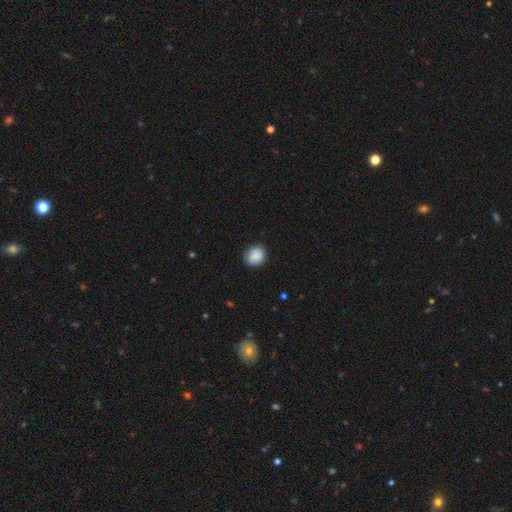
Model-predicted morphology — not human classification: Smooth or featured: smooth — 86% (star or artifact — 7%)
How rounded: round — 71% (in between — 28%)
Merging: none — 84% (minor disturbance — 12%)